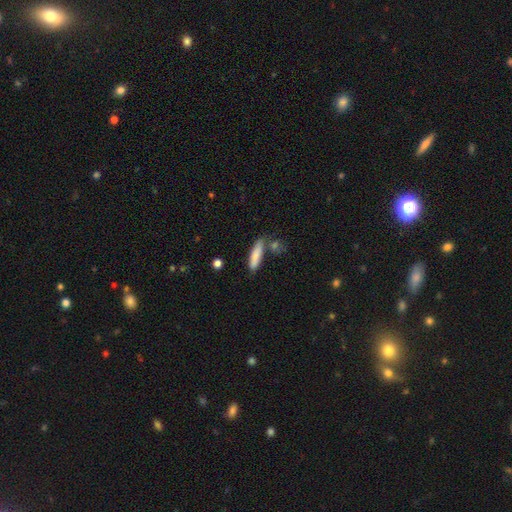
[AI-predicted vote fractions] This is clearly a smooth galaxy (80%). How rounded: likely cigar-shaped (73%). Merging: likely none (69%).